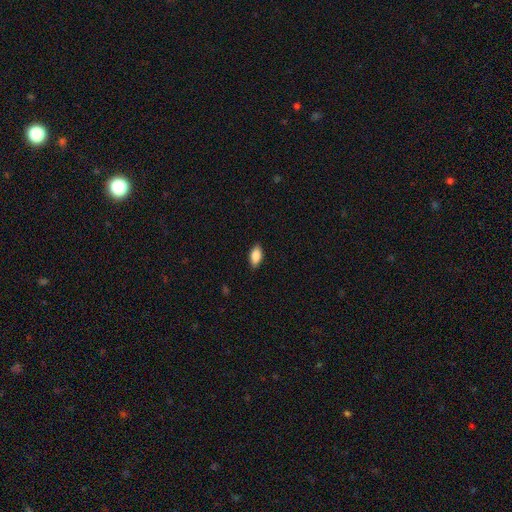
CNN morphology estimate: smooth_or_featured: smooth (p=0.87) [alt: star or artifact p=0.07]
how_rounded: in between (p=0.91) [alt: cigar-shaped p=0.06]
merging: none (p=0.87) [alt: minor disturbance p=0.10]